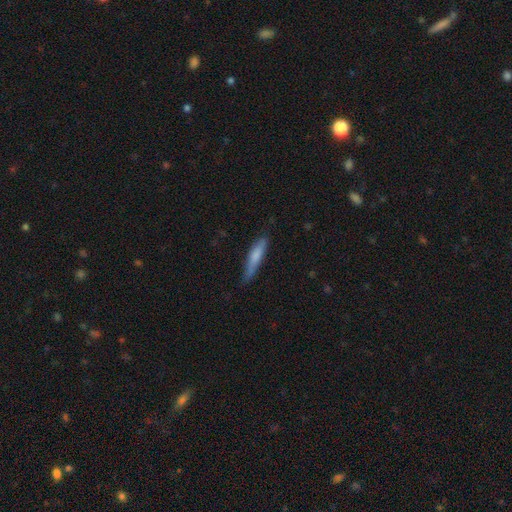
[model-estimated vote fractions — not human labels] The model was most divided on "merging": none: 70%, minor disturbance: 24%, major disturbance: 4%, merger: 2%. More confident: how rounded — cigar-shaped (86%); smooth or featured — smooth (72%).